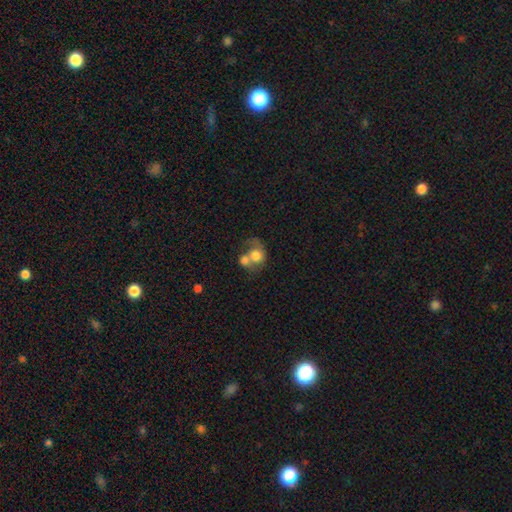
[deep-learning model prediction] Smooth or featured? Predicted: smooth (p=0.63). How rounded? Predicted: round (p=0.63). Merging? Predicted: merger (p=0.66).